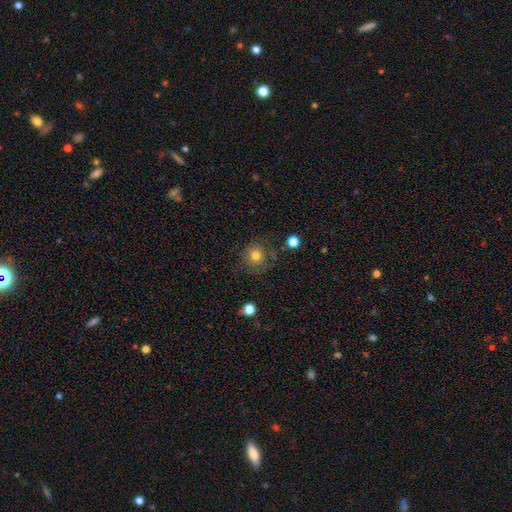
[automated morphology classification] The model was most divided on "smooth or featured": smooth: 71%, featured or disk: 18%, star or artifact: 12%. More confident: how rounded — round (91%); merging — none (72%).